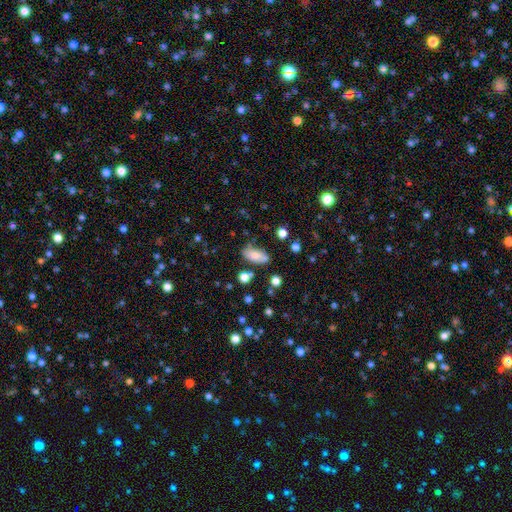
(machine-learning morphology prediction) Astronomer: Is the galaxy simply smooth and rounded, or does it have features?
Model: smooth — 75%.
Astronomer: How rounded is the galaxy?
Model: in between — 88%.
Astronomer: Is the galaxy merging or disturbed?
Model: none — 66%.